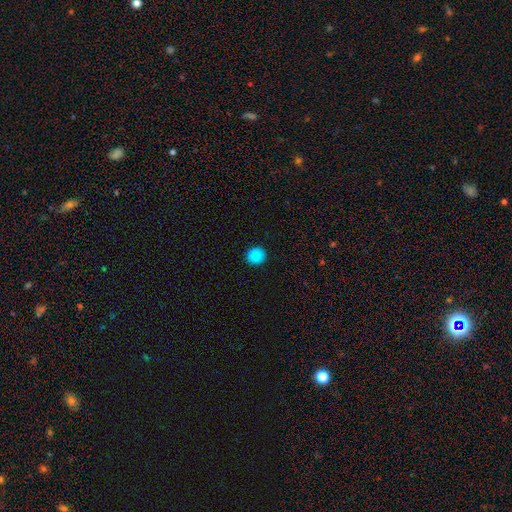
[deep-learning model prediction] smooth_or_featured: smooth (p=0.88) [alt: star or artifact p=0.10]
how_rounded: round (p=0.91) [alt: in between p=0.08]
merging: none (p=0.93) [alt: minor disturbance p=0.05]